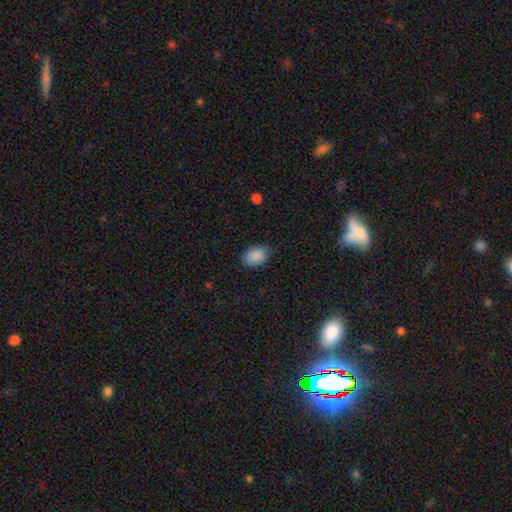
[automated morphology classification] This appears to be a smooth galaxy with no disk features (89%) that is in between round and cigar-shaped (80%). Merging: none (81%).